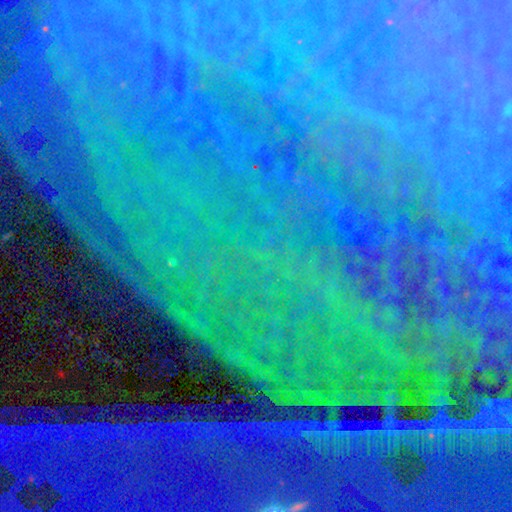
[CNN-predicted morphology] smooth-or-featured: star or artifact: 87% | featured or disk: 7% | smooth: 6%